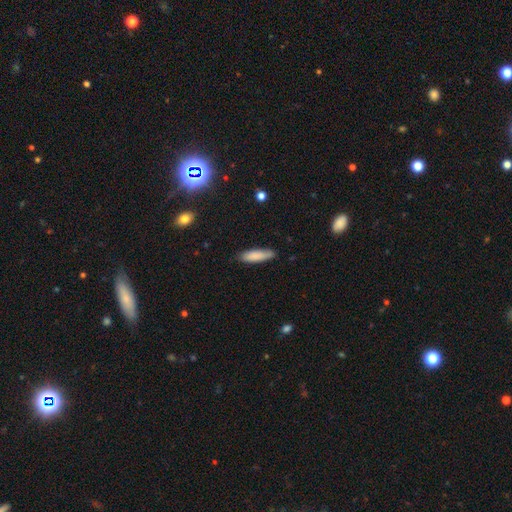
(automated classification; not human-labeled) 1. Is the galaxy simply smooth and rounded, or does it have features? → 85% smooth, 9% featured or disk, 6% star or artifact.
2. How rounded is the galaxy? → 66% cigar-shaped, 33% in between, 1% round.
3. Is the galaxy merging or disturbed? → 84% none, 13% minor disturbance, 2% major disturbance, 1% merger.